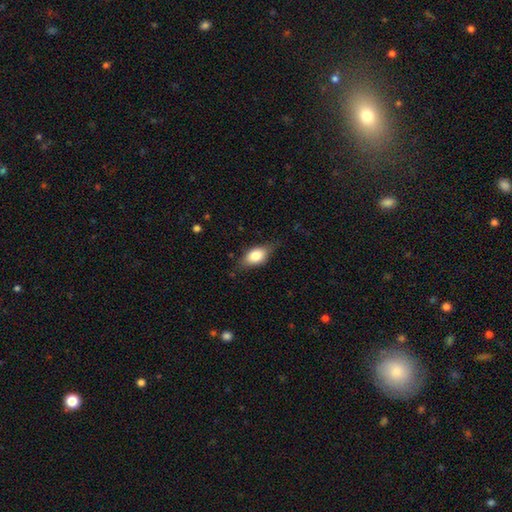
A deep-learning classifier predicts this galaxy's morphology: Q: Smooth or featured?
A: smooth (76%); runner-up: featured or disk (17%)
Q: How rounded?
A: in between (85%); runner-up: round (9%)
Q: Merging?
A: none (70%); runner-up: minor disturbance (23%)